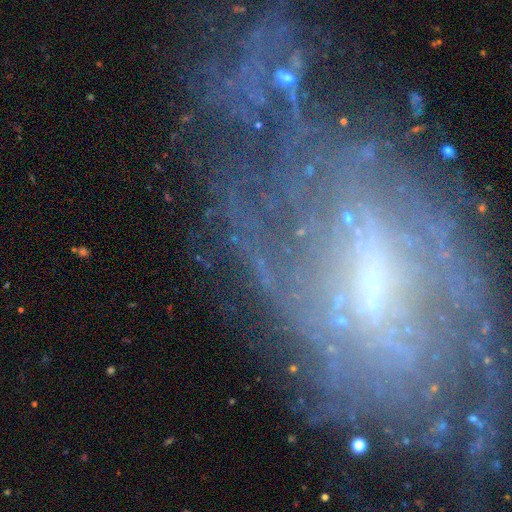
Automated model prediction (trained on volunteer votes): A featured or disk galaxy (72%) with a weak bar (35%), spiral arms (69%) and a small central bulge (46%).

Vote fractions:
- Smooth or featured? featured or disk: 72% / star or artifact: 16% / smooth: 12%
- Edge-on disk? no: 91% / yes: 9%
- Bar? weak: 35% / strong: 34% / no: 31%
- Spiral arms? yes: 69% / no: 31%
- Bulge size? small: 46% / moderate: 25% / none: 22% / large: 5% / dominant: 2%
- Merging? none: 56% / major disturbance: 21% / minor disturbance: 18% / merger: 5%